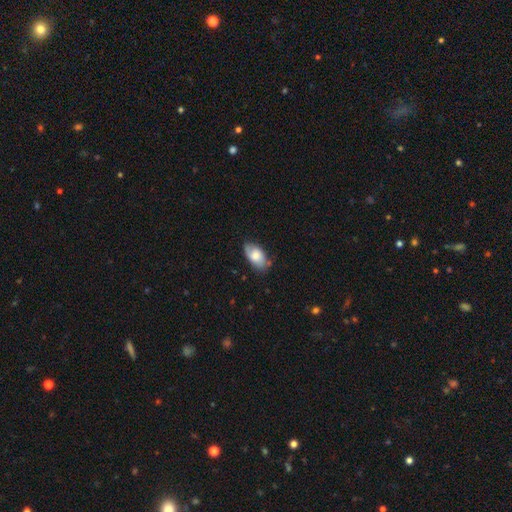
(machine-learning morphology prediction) Q: Smooth or featured?
A: smooth (68%); runner-up: featured or disk (25%)
Q: How rounded?
A: in between (94%); runner-up: round (4%)
Q: Merging?
A: none (70%); runner-up: minor disturbance (24%)